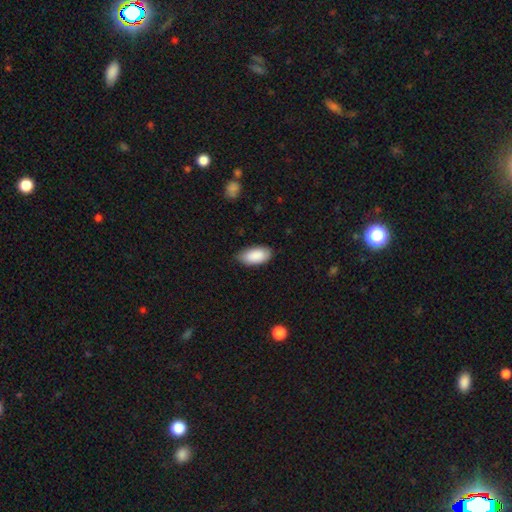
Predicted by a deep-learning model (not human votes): Smooth or featured: smooth — 89% (star or artifact — 6%)
How rounded: in between — 94% (cigar-shaped — 4%)
Merging: none — 78% (minor disturbance — 18%)